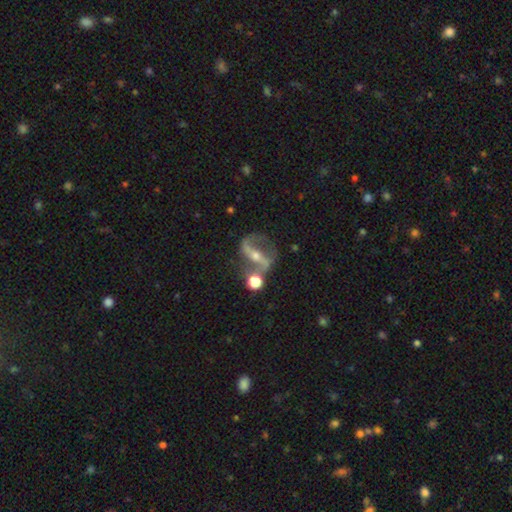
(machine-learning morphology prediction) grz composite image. It shows a featured or disk galaxy (84%) with a strong bar (71%), 2 (87%) loose (51%) spiral arms (84%) and a small central bulge (51%). Merging: none (64%).